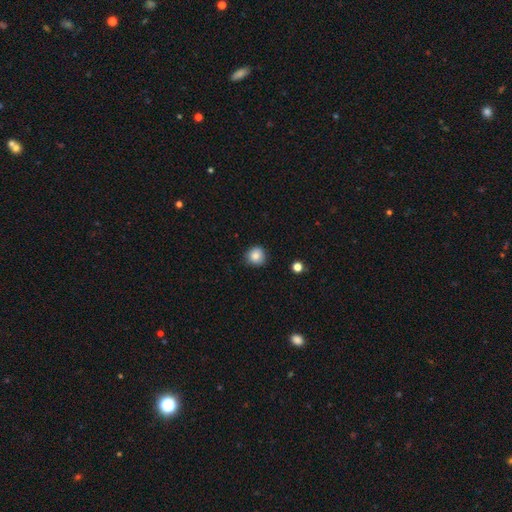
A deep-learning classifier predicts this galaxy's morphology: The model was most divided on "smooth or featured": smooth: 84%, star or artifact: 10%, featured or disk: 6%. More confident: how rounded — round (92%); merging — none (85%).